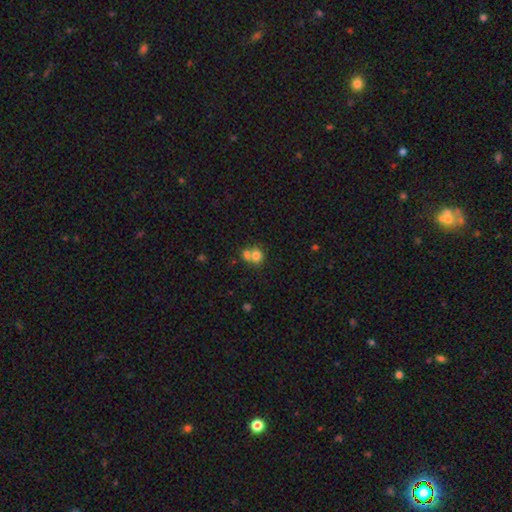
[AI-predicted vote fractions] smooth 74%, featured or disk 15%, star or artifact 11%. Down the decision tree: how rounded — round (75%); merging — merger (52%).